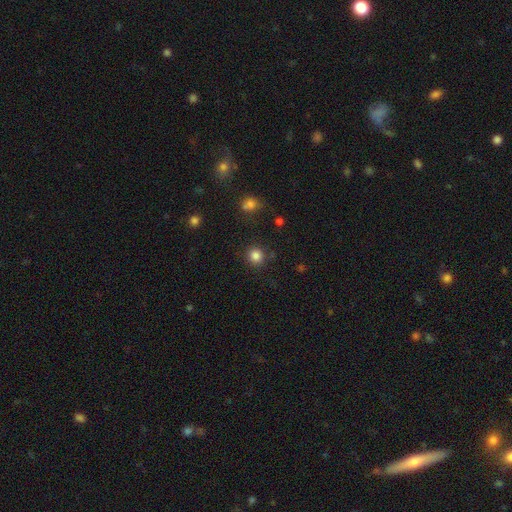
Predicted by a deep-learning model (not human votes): This appears to be a smooth galaxy with no disk features (84%) that is round (92%). Merging: none (87%).